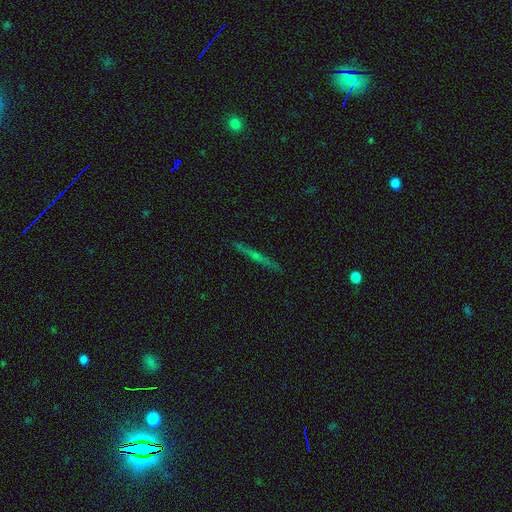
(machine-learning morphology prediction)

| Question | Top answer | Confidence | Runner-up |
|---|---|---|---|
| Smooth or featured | featured or disk | 63% | smooth (27%) |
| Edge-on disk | yes | 97% | no (3%) |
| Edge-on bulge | none | 46% | tied: rounded (46%) |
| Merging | none | 91% | minor disturbance (7%) |